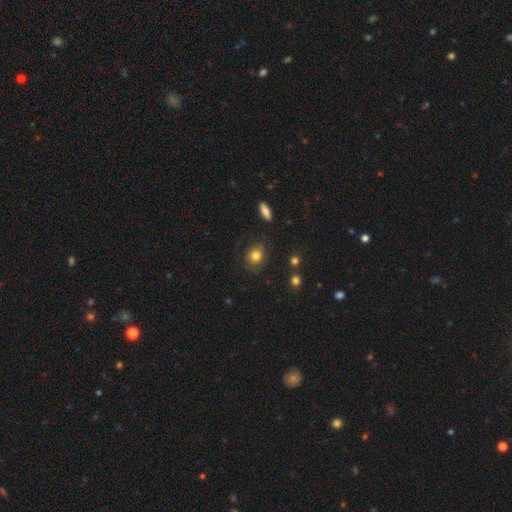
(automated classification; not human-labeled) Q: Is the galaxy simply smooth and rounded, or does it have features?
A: smooth — 80%.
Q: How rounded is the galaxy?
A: round — 68%.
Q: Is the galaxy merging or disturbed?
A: none — 78%.